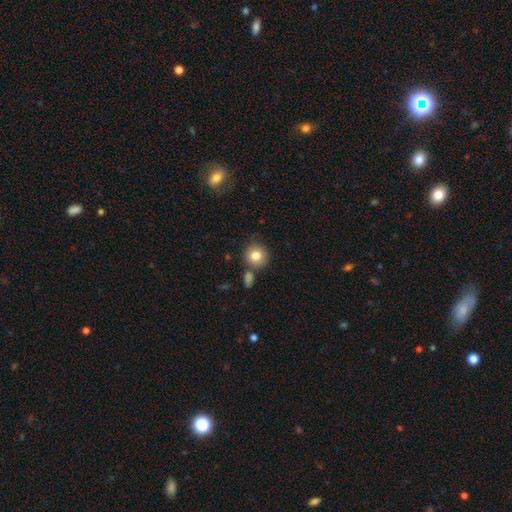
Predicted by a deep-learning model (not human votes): Smooth or featured? smooth (81%)
How rounded? round (89%)
Merging? none (74%)